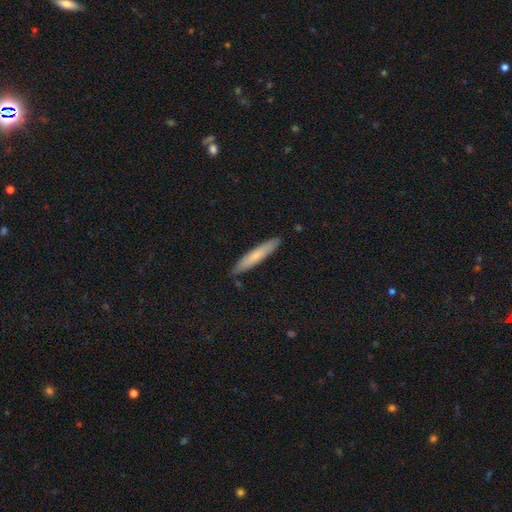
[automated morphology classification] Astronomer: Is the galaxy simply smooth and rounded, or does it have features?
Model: smooth — 69%.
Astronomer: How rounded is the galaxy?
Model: cigar-shaped — 92%.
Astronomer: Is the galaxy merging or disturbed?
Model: none — 89%.